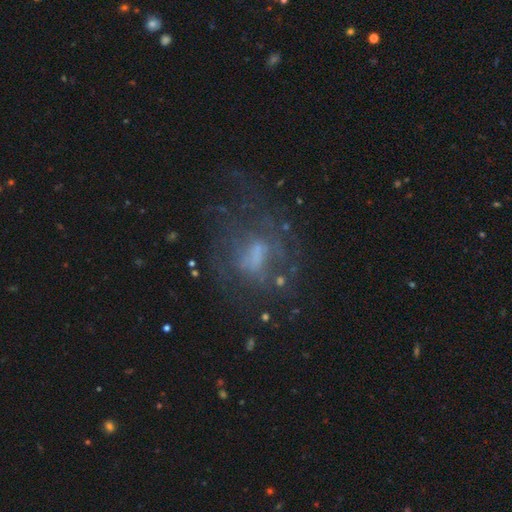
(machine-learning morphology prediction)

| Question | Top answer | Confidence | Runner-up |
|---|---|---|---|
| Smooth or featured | featured or disk | 59% | smooth (24%) |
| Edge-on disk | no | 96% | yes (4%) |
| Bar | no | 53% | weak (35%) |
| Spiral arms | no | 58% | yes (42%) |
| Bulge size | small | 33% | none (32%) |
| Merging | none | 53% | major disturbance (26%) |